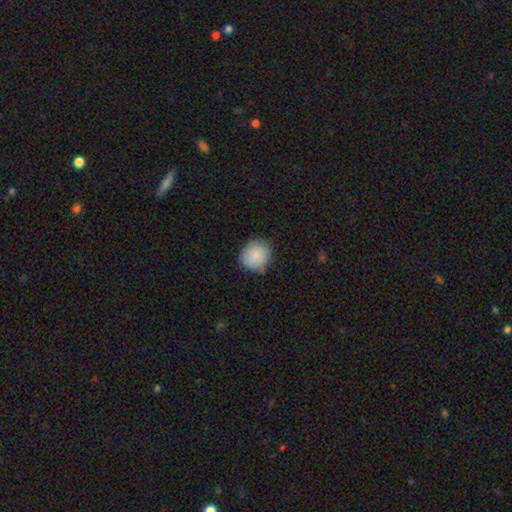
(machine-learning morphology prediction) smooth 88%, star or artifact 7%, featured or disk 5%. Down the decision tree: how rounded — round (87%); merging — none (75%).